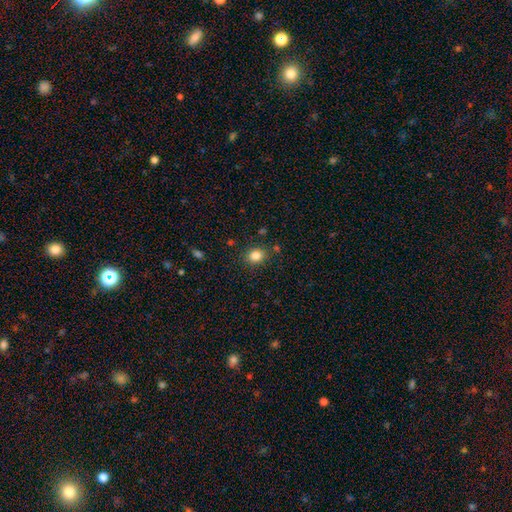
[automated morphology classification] The model was most divided on "how rounded": round: 60%, in between: 39%, cigar-shaped: 1%. More confident: merging — none (85%); smooth or featured — smooth (84%).